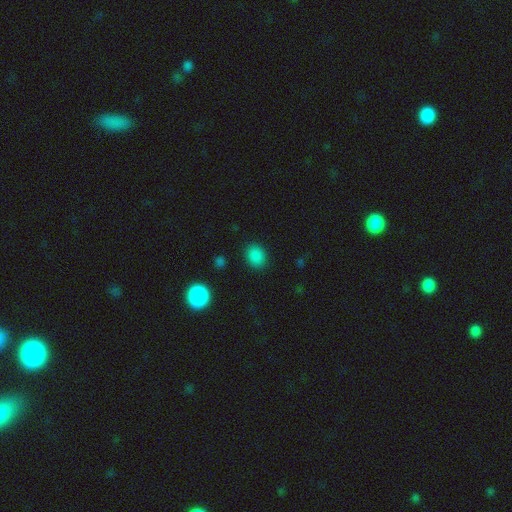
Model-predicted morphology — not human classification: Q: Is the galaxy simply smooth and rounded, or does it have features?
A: smooth — 85%.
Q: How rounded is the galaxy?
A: round — 51%.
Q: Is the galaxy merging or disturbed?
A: none — 88%.